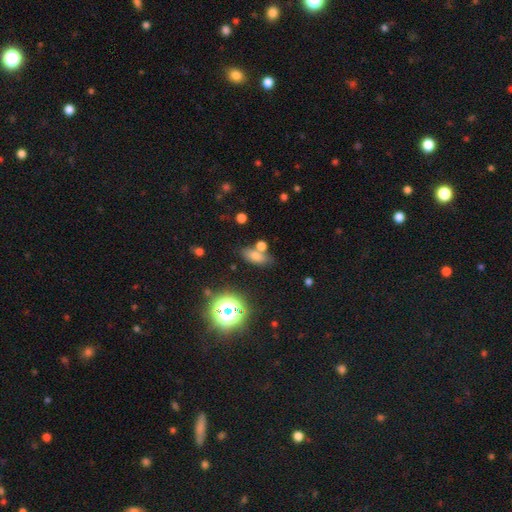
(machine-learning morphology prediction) This appears to be a smooth galaxy with no disk features (65%) that is in between round and cigar-shaped (69%). Merging: none (67%).